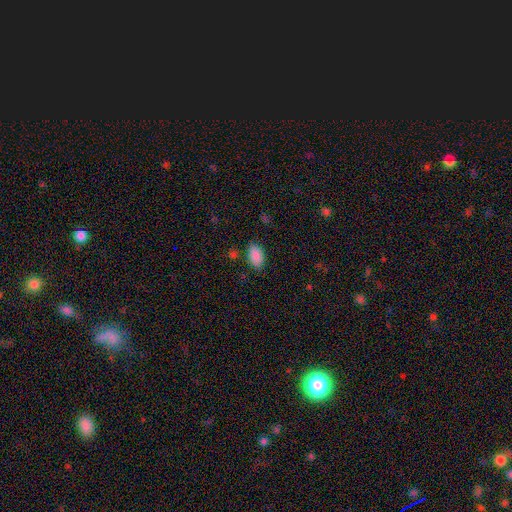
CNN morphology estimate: The model was most divided on "merging": none: 80%, minor disturbance: 15%, major disturbance: 3%, merger: 2%. More confident: how rounded — in between (93%); smooth or featured — smooth (87%).